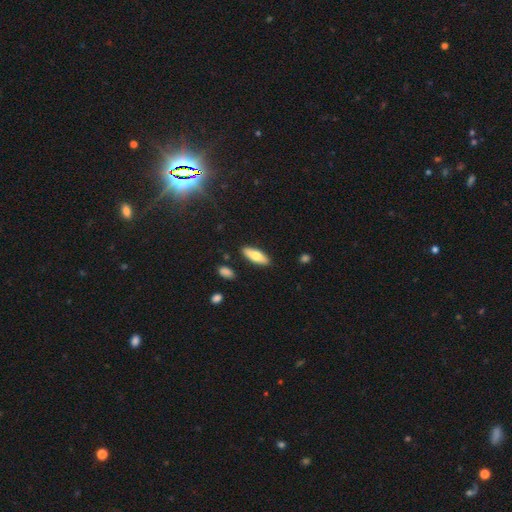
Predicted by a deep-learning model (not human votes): Morphology: type=smooth (70%); roundness=in between (64%); merging=none (87%).